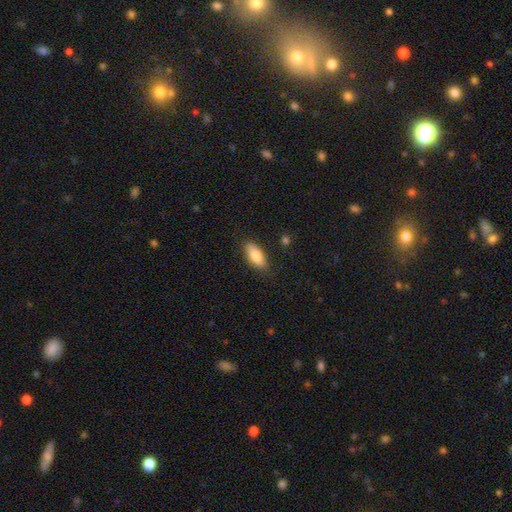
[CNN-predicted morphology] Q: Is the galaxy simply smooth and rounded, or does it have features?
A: smooth — 79%.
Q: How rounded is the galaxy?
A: in between — 81%.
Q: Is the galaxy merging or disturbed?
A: none — 84%.